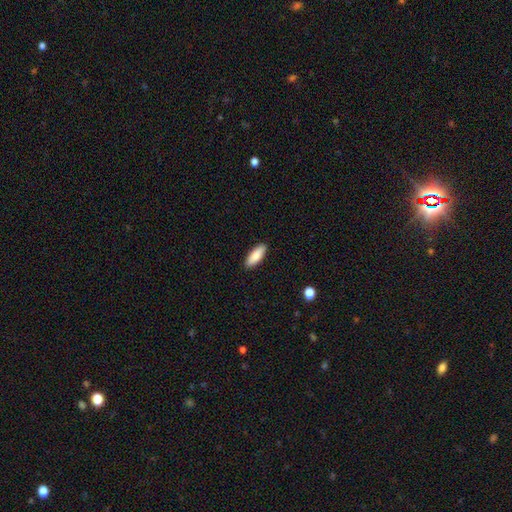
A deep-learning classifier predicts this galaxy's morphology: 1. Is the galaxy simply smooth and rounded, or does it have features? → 84% smooth, 10% featured or disk, 6% star or artifact.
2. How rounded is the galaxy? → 68% in between, 31% cigar-shaped, 2% round.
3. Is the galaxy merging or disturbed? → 90% none, 8% minor disturbance, 2% major disturbance, 1% merger.